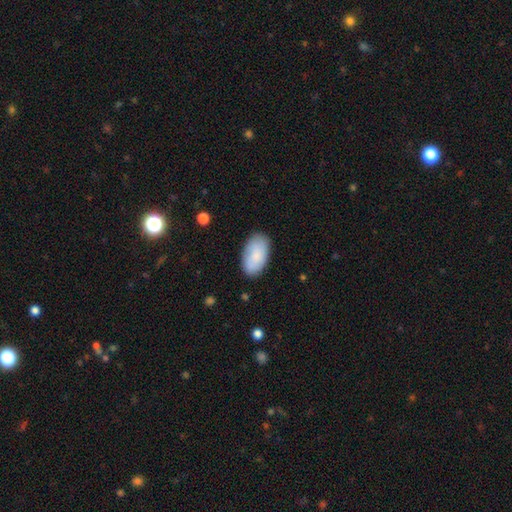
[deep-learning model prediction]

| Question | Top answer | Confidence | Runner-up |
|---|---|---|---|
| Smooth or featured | smooth | 84% | featured or disk (10%) |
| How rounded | in between | 95% | round (3%) |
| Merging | none | 84% | minor disturbance (12%) |